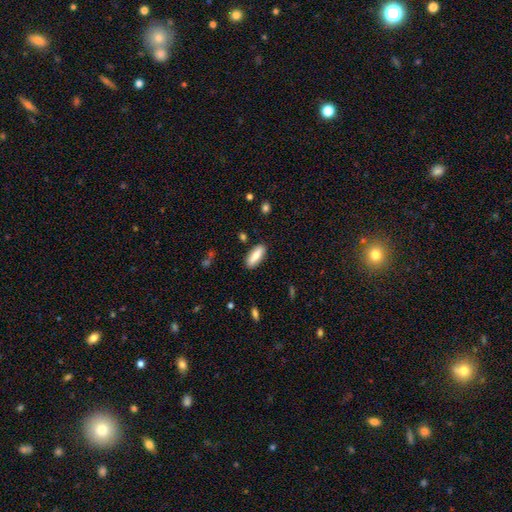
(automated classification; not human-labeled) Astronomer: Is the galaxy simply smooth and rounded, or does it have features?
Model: smooth — 77%.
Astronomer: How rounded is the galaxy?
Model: in between — 69%.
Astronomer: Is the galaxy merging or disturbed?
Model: none — 87%.